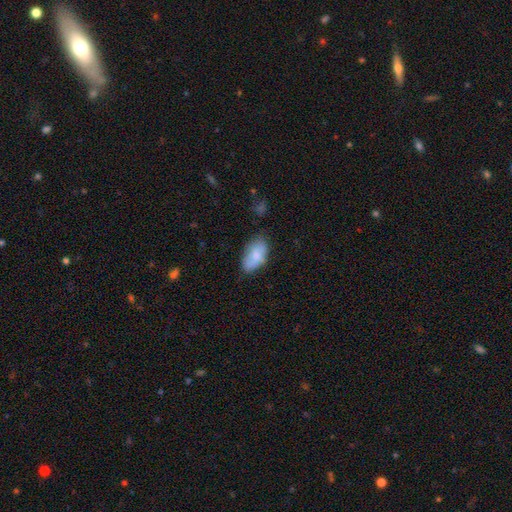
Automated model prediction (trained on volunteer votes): Q: Smooth or featured?
A: smooth (77%); runner-up: featured or disk (16%)
Q: How rounded?
A: in between (94%); runner-up: round (3%)
Q: Merging?
A: none (62%); runner-up: minor disturbance (28%)